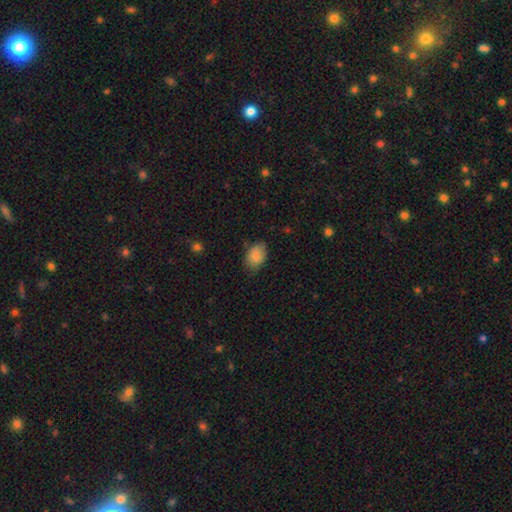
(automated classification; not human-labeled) smooth-or-featured: smooth: 86% | star or artifact: 7% | featured or disk: 7%
  how-rounded: in between: 83% | round: 16% | cigar-shaped: 1%
  merging: none: 72% | minor disturbance: 22% | major disturbance: 4% | merger: 1%